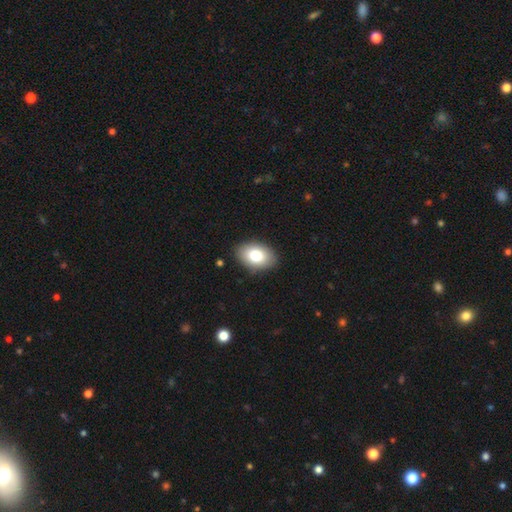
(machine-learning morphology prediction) Smooth or featured: smooth — 81% (featured or disk — 12%)
How rounded: in between — 89% (round — 10%)
Merging: none — 88% (minor disturbance — 9%)